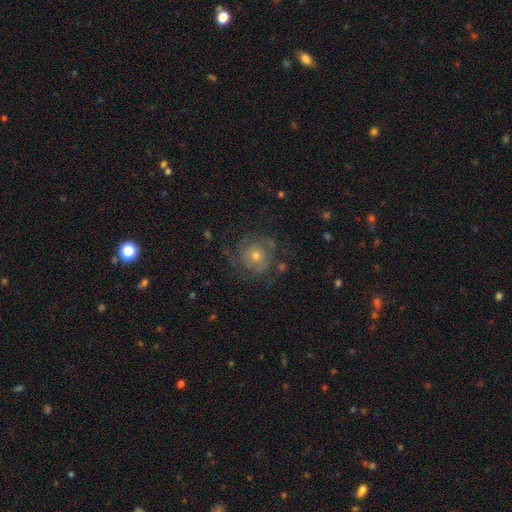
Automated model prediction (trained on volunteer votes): Smooth or featured?
  - featured or disk: 54% *
  - smooth: 35%
  - star or artifact: 11%
Edge-on disk?
  - no: 97% *
  - yes: 3%
Bar?
  - no: 85% *
  - weak: 12%
  - strong: 3%
Spiral arms?
  - yes: 64% *
  - no: 36%
Bulge size?
  - moderate: 54% *
  - small: 40%
  - large: 4%
  - none: 1%
  - dominant: 1%
Merging?
  - none: 66% *
  - minor disturbance: 18%
  - major disturbance: 14%
  - merger: 2%